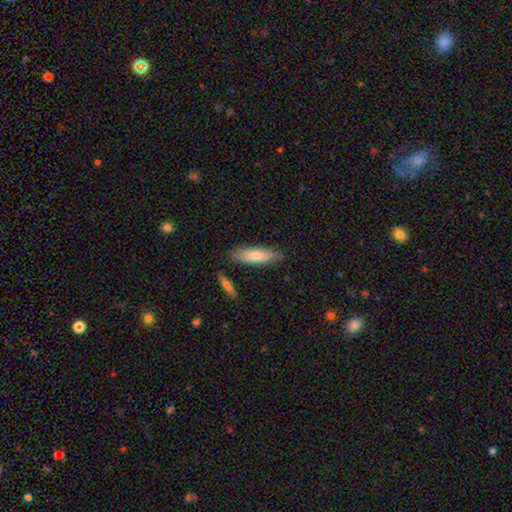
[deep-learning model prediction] smooth-or-featured: smooth: 79% | featured or disk: 16% | star or artifact: 5%
  how-rounded: in between: 51% | cigar-shaped: 48% | round: 2%
  merging: none: 83% | minor disturbance: 11% | merger: 3% | major disturbance: 2%